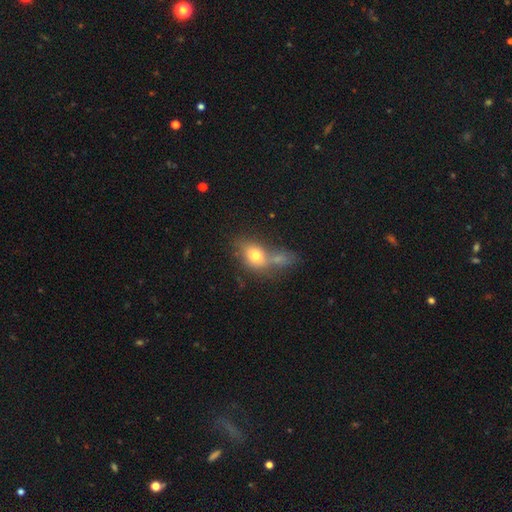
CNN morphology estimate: smooth 72%, featured or disk 18%, star or artifact 10%. Down the decision tree: how rounded — in between (67%); merging — merger (44%).